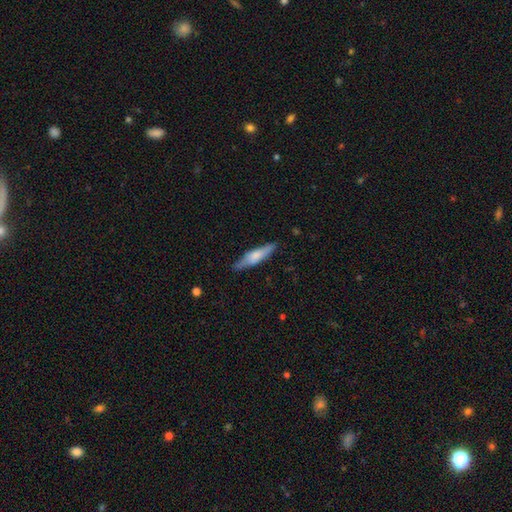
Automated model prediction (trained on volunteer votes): A smooth galaxy with no disk features (59%) that is cigar-shaped (76%). Merging: none (80%).